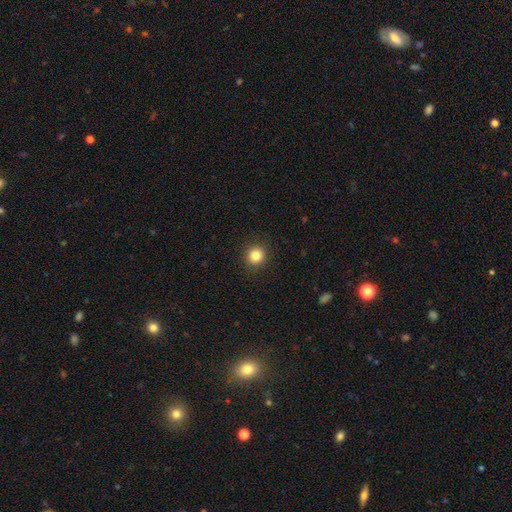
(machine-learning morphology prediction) Smooth or featured: smooth — 84% (star or artifact — 11%)
How rounded: round — 92% (in between — 7%)
Merging: none — 92% (minor disturbance — 5%)